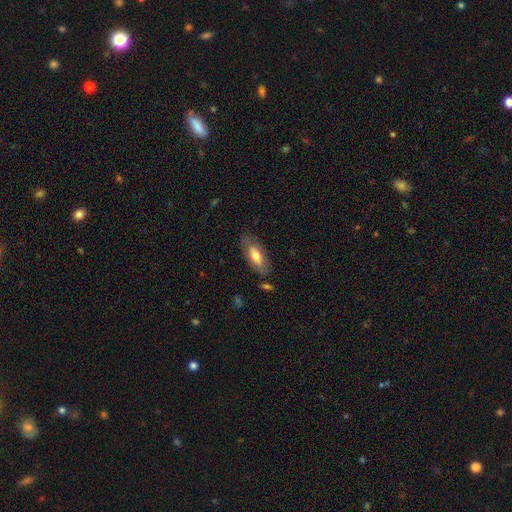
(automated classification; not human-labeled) smooth 63%, featured or disk 31%, star or artifact 6%. Down the decision tree: how rounded — in between (78%); merging — none (78%).